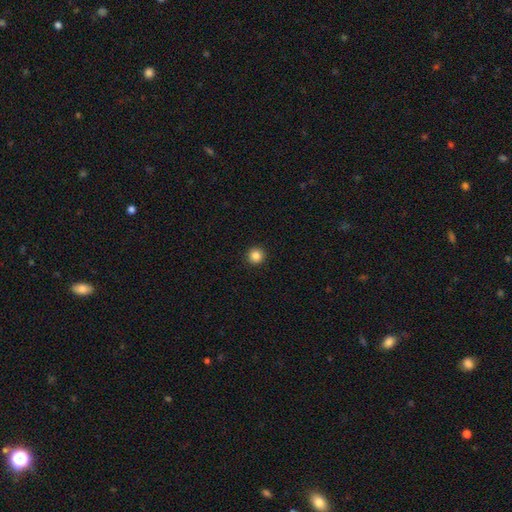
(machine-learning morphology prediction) The model was most divided on "smooth or featured": smooth: 85%, star or artifact: 11%, featured or disk: 4%. More confident: how rounded — round (96%); merging — none (94%).